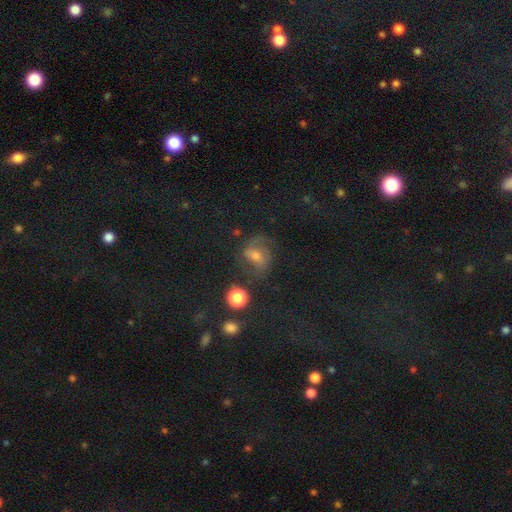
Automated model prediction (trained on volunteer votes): Smooth or featured? Predicted: featured or disk (p=0.48). Merging? Predicted: none (p=0.57).